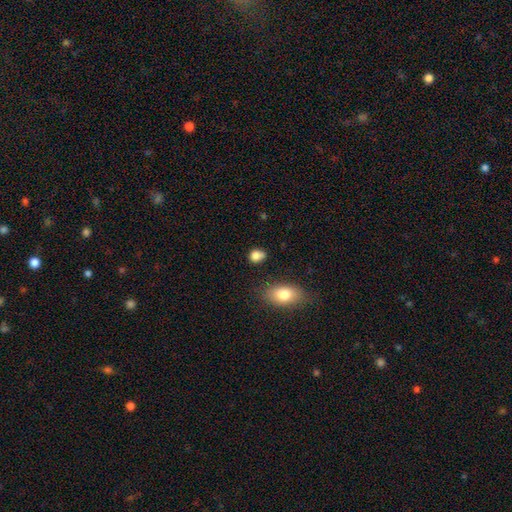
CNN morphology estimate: A smooth galaxy with no disk features (83%) that is round (52%). Merging: none (62%).